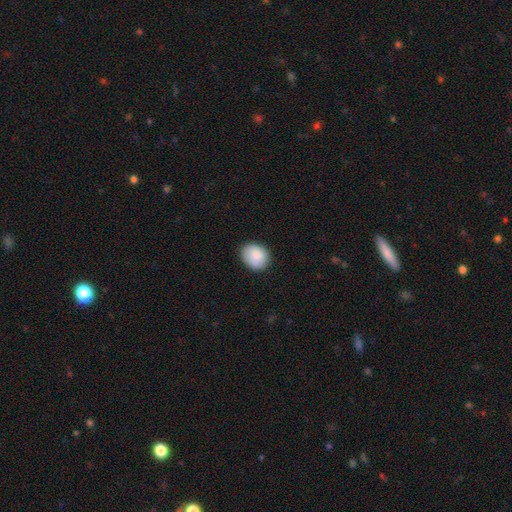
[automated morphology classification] This is clearly a smooth galaxy (85%). How rounded: likely round (60%). Merging: clearly none (82%).